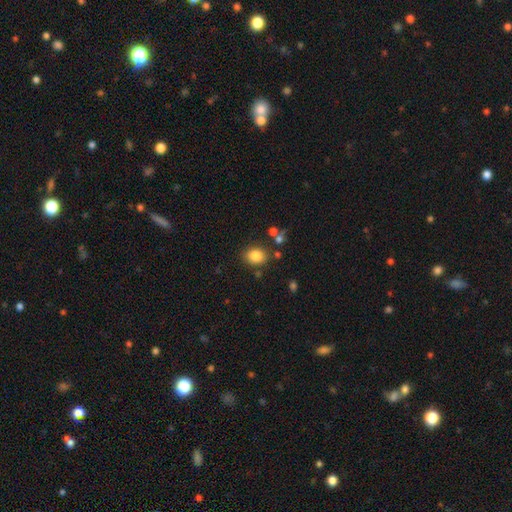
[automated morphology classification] Smooth or featured: smooth — 84% (star or artifact — 10%)
How rounded: in between — 56% (round — 43%)
Merging: none — 79% (minor disturbance — 12%)